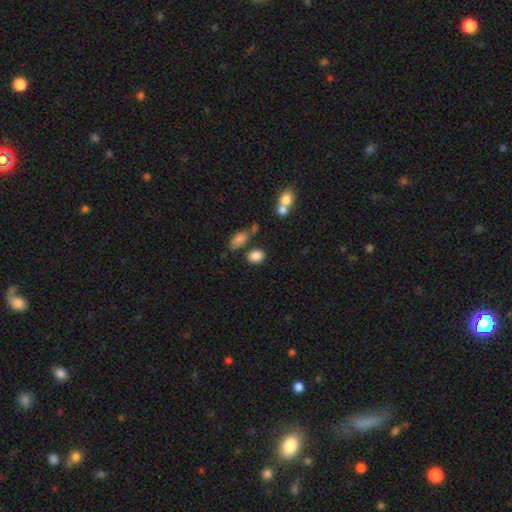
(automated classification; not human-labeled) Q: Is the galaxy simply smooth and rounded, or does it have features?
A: smooth — 85%.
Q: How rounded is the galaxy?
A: in between — 70%.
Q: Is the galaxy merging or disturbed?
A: none — 69%.